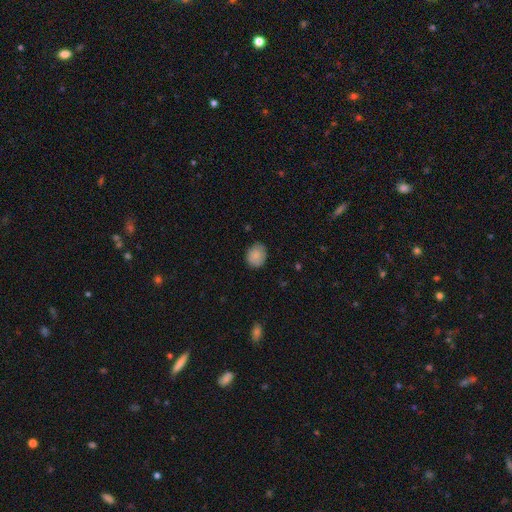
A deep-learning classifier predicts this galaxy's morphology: Overall: smooth (86%). How rounded: round (62%; in between 37%). Merging: none (79%).